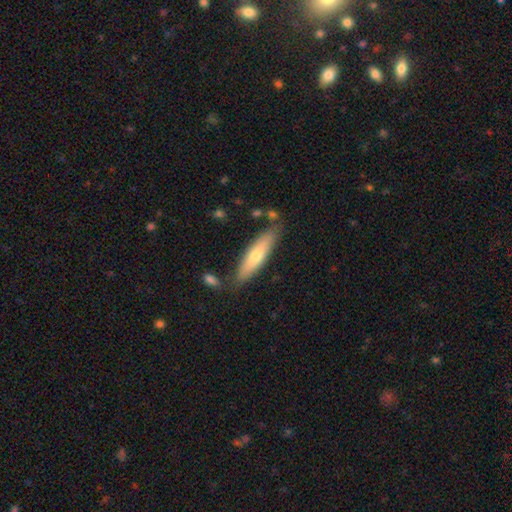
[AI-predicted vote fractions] Overall: smooth (61%; featured or disk 34%). How rounded: cigar-shaped (75%). Merging: none (80%).